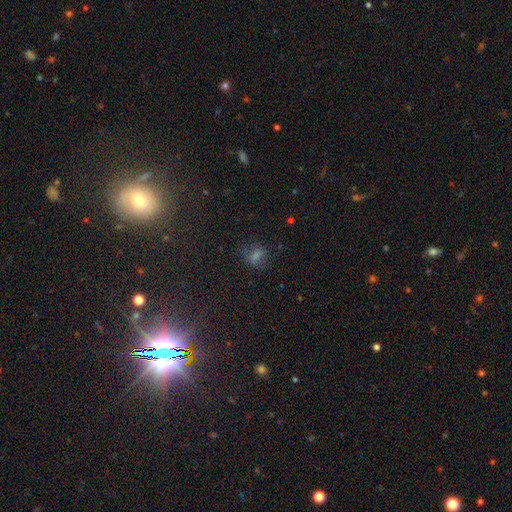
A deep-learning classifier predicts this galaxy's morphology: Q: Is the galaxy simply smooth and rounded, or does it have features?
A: star or artifact — 46%.